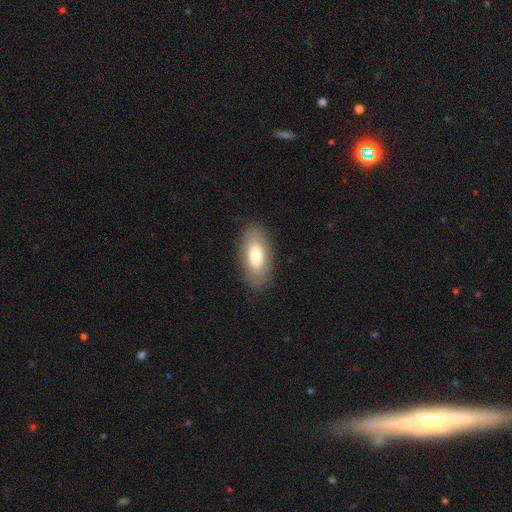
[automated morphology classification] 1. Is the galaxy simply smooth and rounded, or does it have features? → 75% smooth, 18% featured or disk, 7% star or artifact.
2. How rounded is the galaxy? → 88% in between, 9% cigar-shaped, 3% round.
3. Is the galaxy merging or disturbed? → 88% none, 9% minor disturbance, 3% major disturbance, 1% merger.